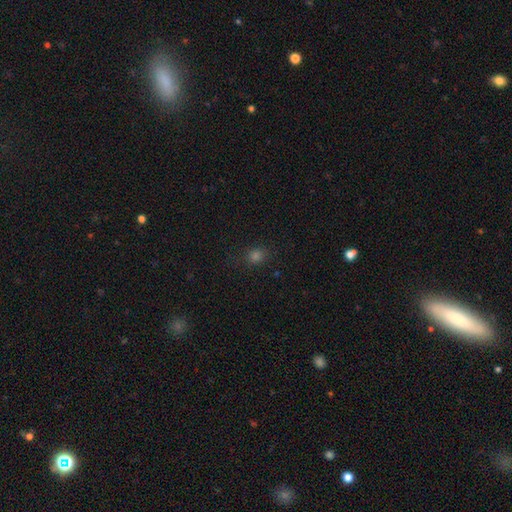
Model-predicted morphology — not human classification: Smooth or featured? Predicted: smooth (p=0.71). How rounded? Predicted: round (p=0.70). Merging? Predicted: none (p=0.84).